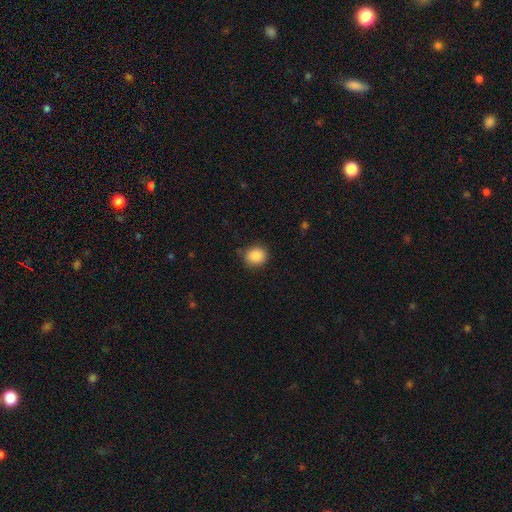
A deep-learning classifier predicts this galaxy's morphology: This is clearly a smooth galaxy (87%). How rounded: likely round (76%). Merging: clearly none (83%).